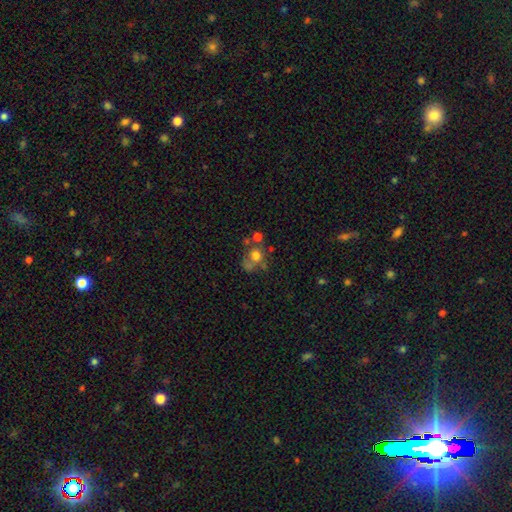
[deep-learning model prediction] smooth_or_featured: smooth (p=0.61) [alt: featured or disk p=0.25]
how_rounded: round (p=0.73) [alt: in between p=0.25]
merging: none (p=0.37) [alt: merger p=0.36]